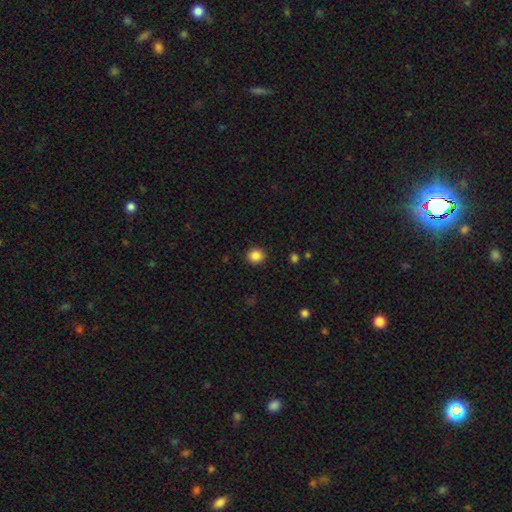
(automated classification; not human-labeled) The model was most divided on "how rounded": round: 86%, in between: 13%, cigar-shaped: 1%. More confident: merging — none (91%); smooth or featured — smooth (86%).